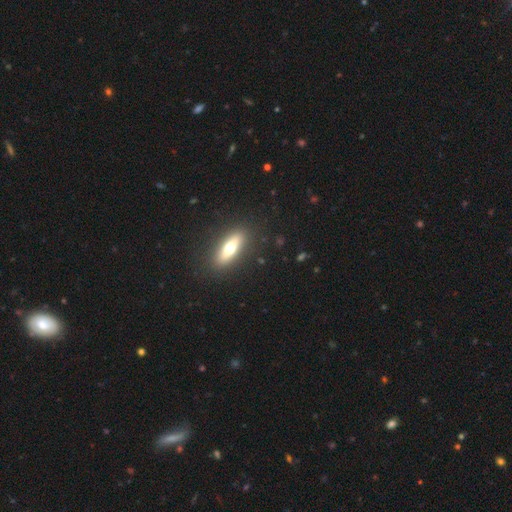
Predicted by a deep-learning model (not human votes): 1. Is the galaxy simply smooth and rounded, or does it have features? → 47% smooth, 37% featured or disk, 16% star or artifact.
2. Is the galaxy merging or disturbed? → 87% none, 8% minor disturbance, 3% major disturbance, 2% merger.